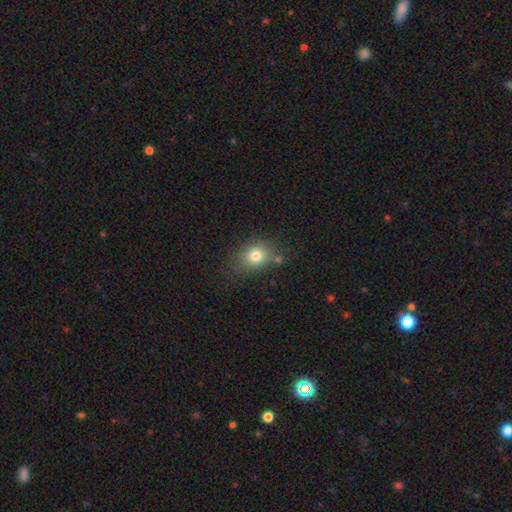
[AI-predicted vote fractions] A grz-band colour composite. It shows a smooth galaxy with no disk features (78%) that is round (51%). Merging: none (69%).